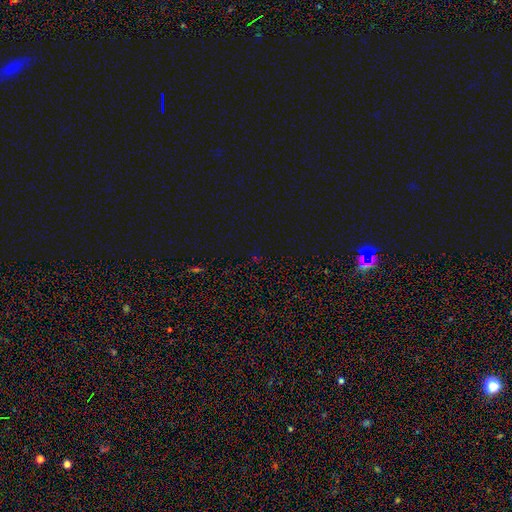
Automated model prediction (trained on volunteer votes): The model was most divided on "smooth or featured": star or artifact: 70%, smooth: 22%, featured or disk: 7%.